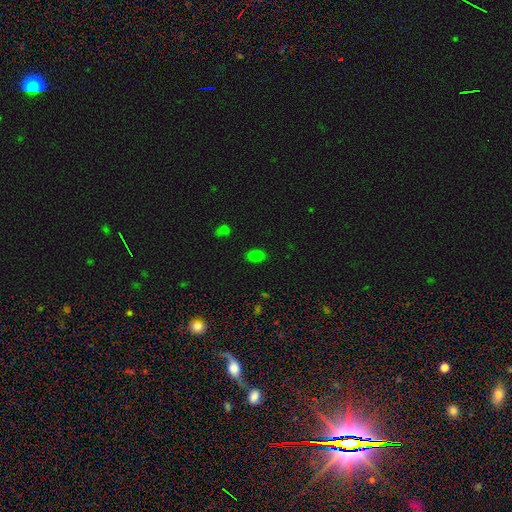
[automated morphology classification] smooth 78%, star or artifact 15%, featured or disk 7%. Down the decision tree: how rounded — in between (81%); merging — none (86%).